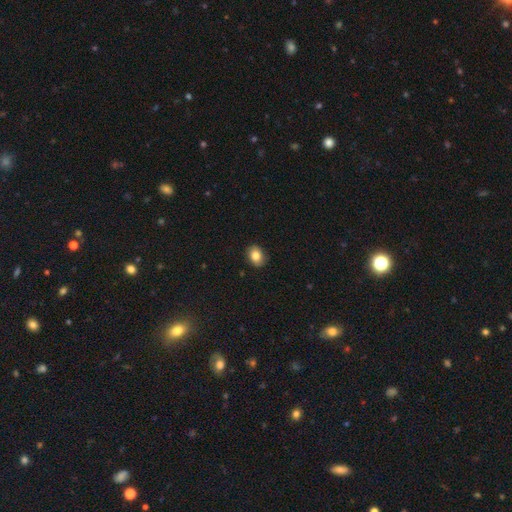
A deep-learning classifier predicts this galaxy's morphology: Q: Smooth or featured?
A: smooth (83%); runner-up: star or artifact (8%)
Q: How rounded?
A: in between (58%); runner-up: round (41%)
Q: Merging?
A: none (88%); runner-up: minor disturbance (9%)